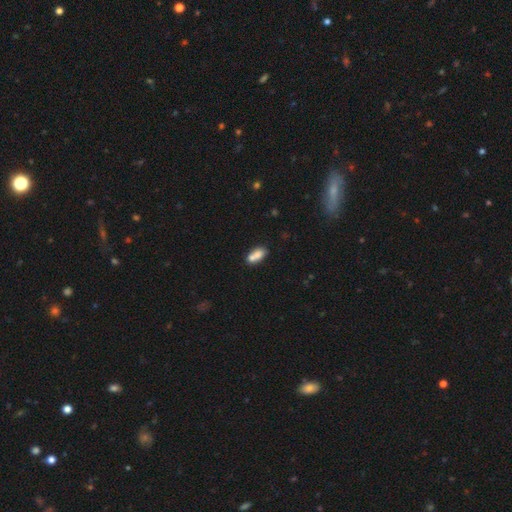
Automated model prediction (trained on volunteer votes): Morphology: type=smooth (75%); roundness=in between (81%); merging=merger (42%).